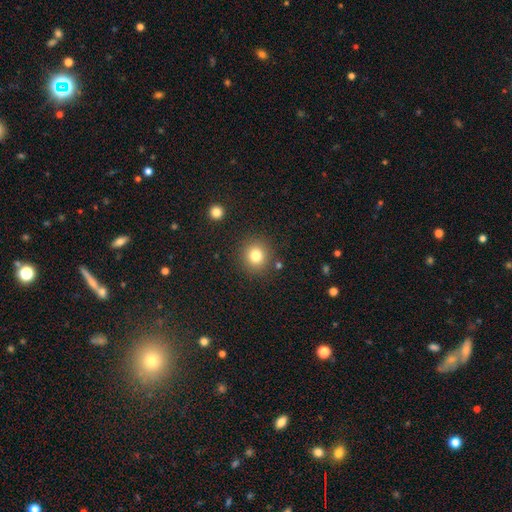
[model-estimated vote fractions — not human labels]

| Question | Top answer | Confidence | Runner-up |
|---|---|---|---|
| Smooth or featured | smooth | 80% | star or artifact (13%) |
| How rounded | round | 90% | in between (9%) |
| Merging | none | 88% | minor disturbance (7%) |